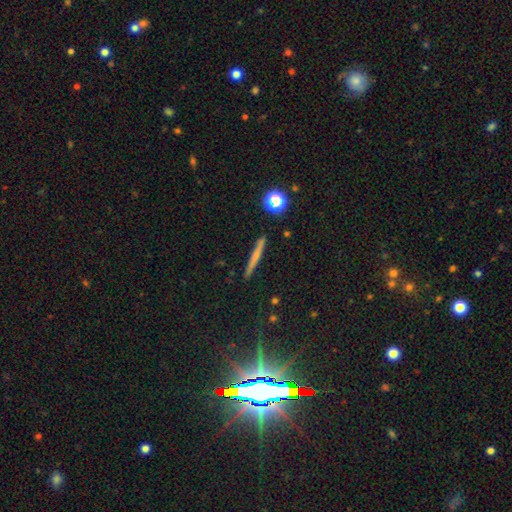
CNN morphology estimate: Smooth or featured? smooth (45%)
Merging? none (90%)